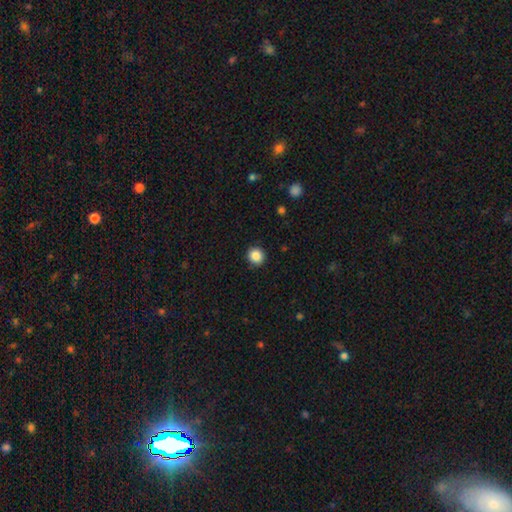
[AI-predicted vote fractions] A smooth galaxy with no disk features (87%) that is round (91%).

Vote fractions:
- Smooth or featured? smooth: 87% / star or artifact: 10% / featured or disk: 3%
- How rounded? round: 91% / in between: 8% / cigar-shaped: 1%
- Merging? none: 92% / minor disturbance: 6% / major disturbance: 2% / merger: 1%